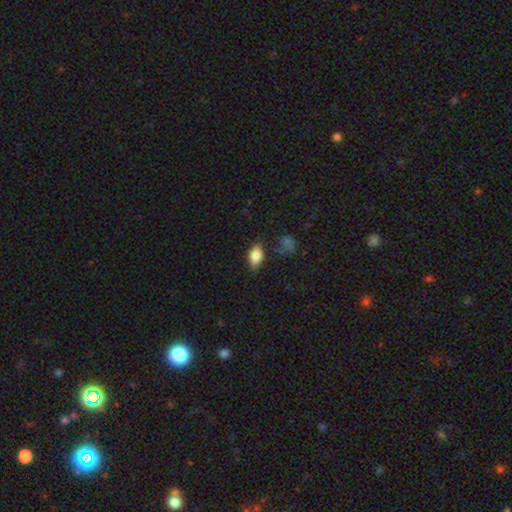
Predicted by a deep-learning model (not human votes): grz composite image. It shows a smooth galaxy with no disk features (78%) that is in between round and cigar-shaped (87%). Merging: none (69%).